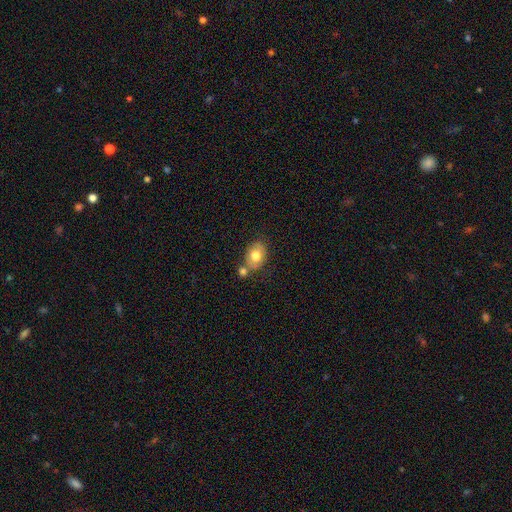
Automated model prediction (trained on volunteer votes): smooth-or-featured: smooth: 74% | featured or disk: 18% | star or artifact: 8%
  how-rounded: in between: 67% | round: 32% | cigar-shaped: 1%
  merging: none: 54% | merger: 27% | minor disturbance: 15% | major disturbance: 5%